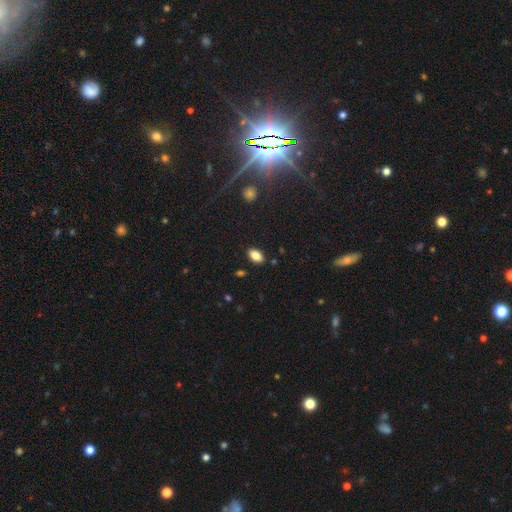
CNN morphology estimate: Smooth or featured?
  - smooth: 84% *
  - star or artifact: 9%
  - featured or disk: 7%
How rounded?
  - in between: 90% *
  - round: 8%
  - cigar-shaped: 2%
Merging?
  - none: 87% *
  - minor disturbance: 9%
  - major disturbance: 2%
  - merger: 2%